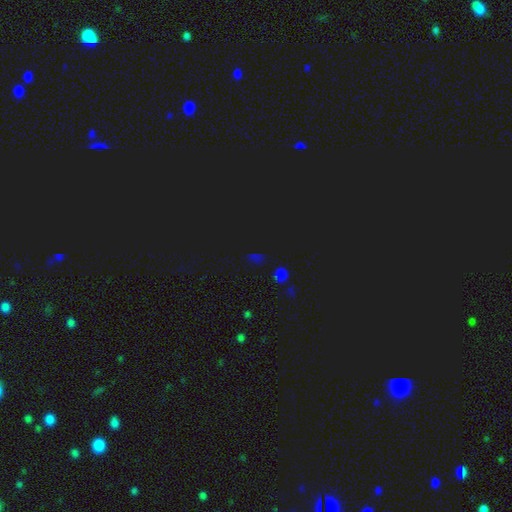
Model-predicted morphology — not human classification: Smooth or featured: star or artifact — 71% (smooth — 22%)